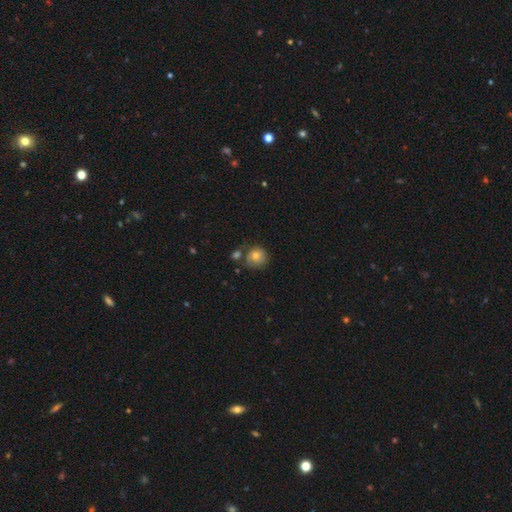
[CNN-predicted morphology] The model was most divided on "merging": none: 62%, minor disturbance: 18%, merger: 14%, major disturbance: 6%. More confident: how rounded — round (86%); smooth or featured — smooth (71%).